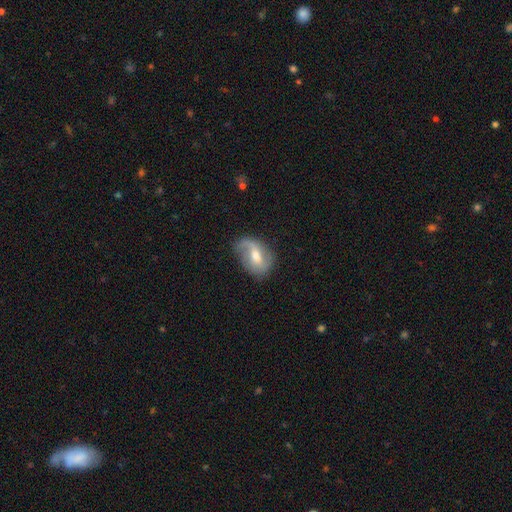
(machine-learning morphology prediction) Smooth or featured? Predicted: featured or disk (p=0.71). Edge-on disk? Predicted: no (p=0.96). Bar? Predicted: weak (p=0.53). Spiral arms? Predicted: yes (p=0.89). Spiral winding? Predicted: loose (p=0.51). Spiral arm count? Predicted: 2 (p=0.68). Bulge size? Predicted: moderate (p=0.64). Merging? Predicted: none (p=0.64).